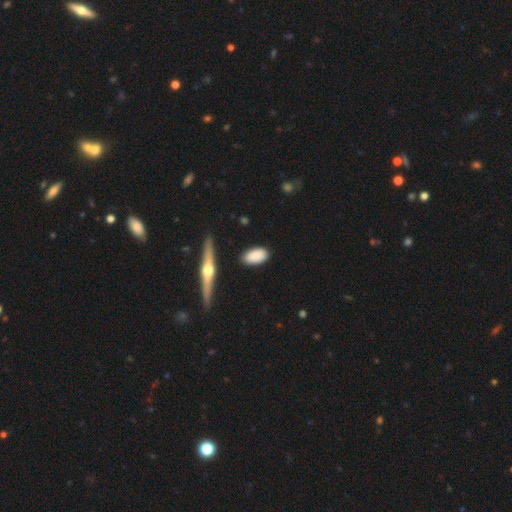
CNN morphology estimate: smooth-or-featured: smooth: 84% | featured or disk: 10% | star or artifact: 6%
  how-rounded: in between: 92% | cigar-shaped: 5% | round: 4%
  merging: none: 82% | minor disturbance: 13% | major disturbance: 2% | merger: 2%